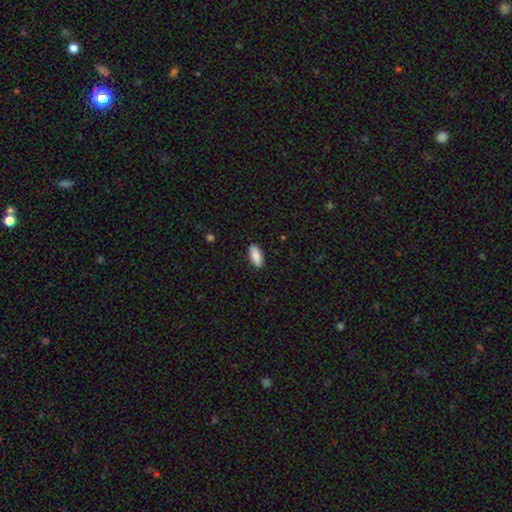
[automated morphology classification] Overall: smooth (89%). How rounded: in between (79%). Merging: none (90%).